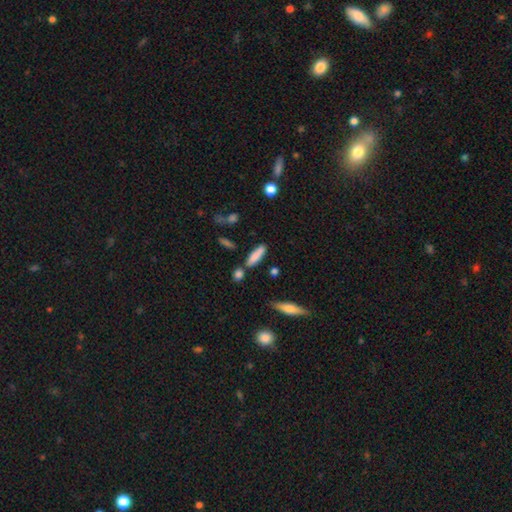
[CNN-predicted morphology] smooth-or-featured: smooth: 79% | featured or disk: 13% | star or artifact: 7%
  how-rounded: cigar-shaped: 61% | in between: 37% | round: 3%
  merging: none: 74% | minor disturbance: 13% | merger: 10% | major disturbance: 3%